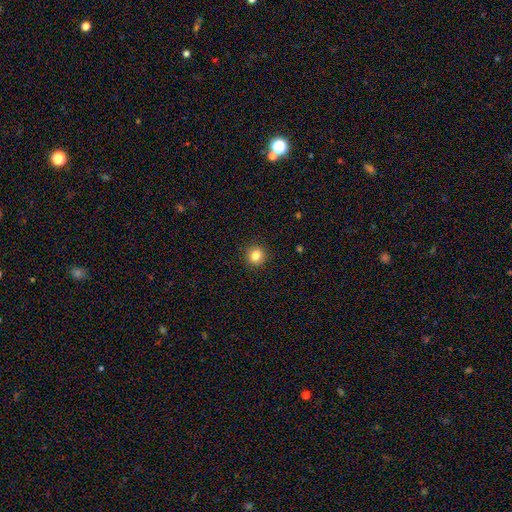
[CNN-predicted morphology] A smooth galaxy with no disk features (83%) that is round (89%). Merging: none (91%).